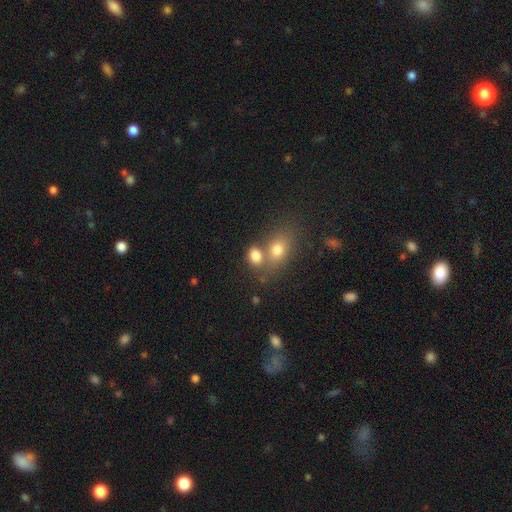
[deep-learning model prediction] A smooth galaxy with no disk features (79%) that is in between round and cigar-shaped (69%). Merging: merger (46%).